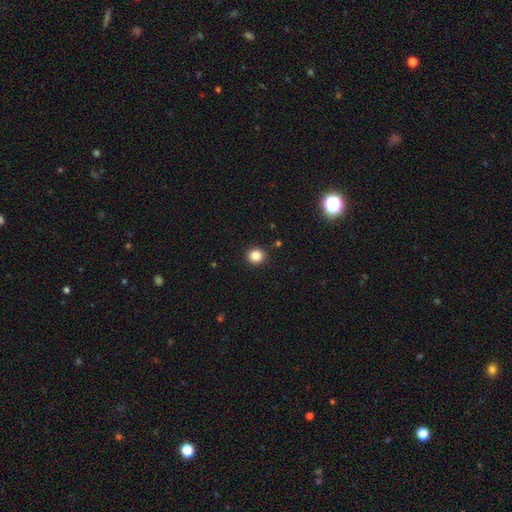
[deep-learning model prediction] Smooth or featured? smooth (85%)
How rounded? round (92%)
Merging? none (92%)